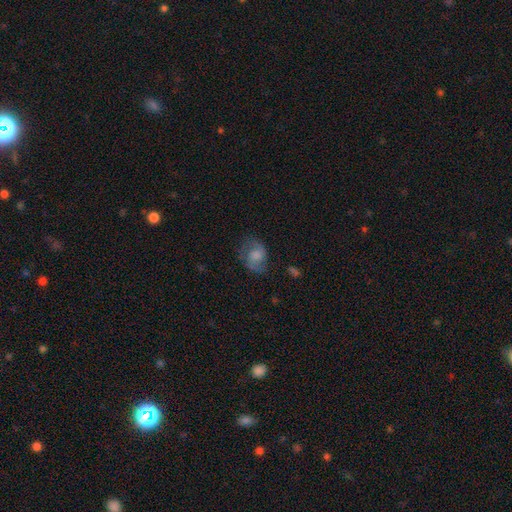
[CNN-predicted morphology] Overall: smooth (49%; featured or disk 42%). Merging: none (60%; minor disturbance 24%).